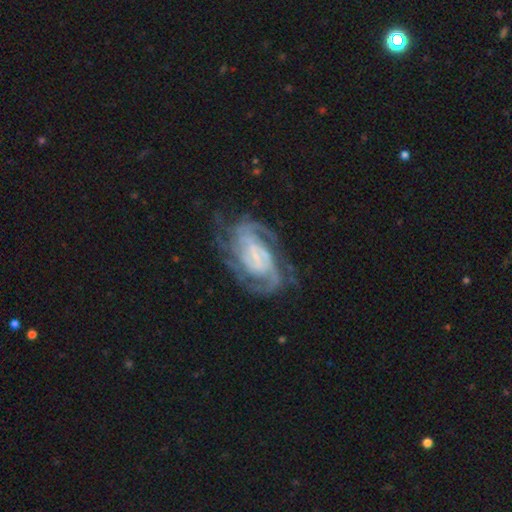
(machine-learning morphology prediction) The model was most divided on "bar": weak: 41%, no: 37%, strong: 22%. Remaining: spiral arms — yes (98%); edge-on disk — no (97%); smooth or featured — featured or disk (89%); merging — none (70%); spiral winding — tight (60%); bulge size — small (57%); spiral arm count — 2 (36%).